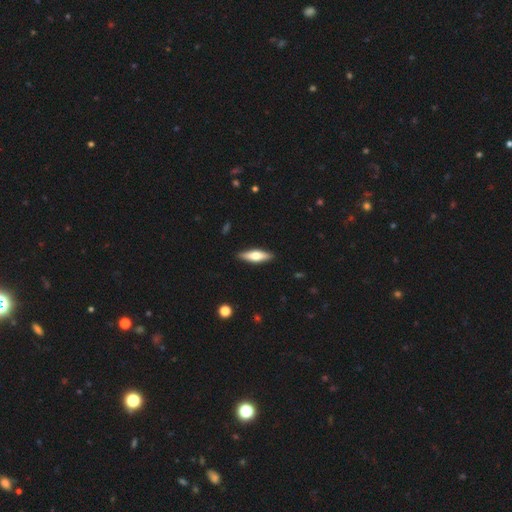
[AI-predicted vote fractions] This appears to be a smooth galaxy with no disk features (52%) that is cigar-shaped (57%). Merging: none (90%).